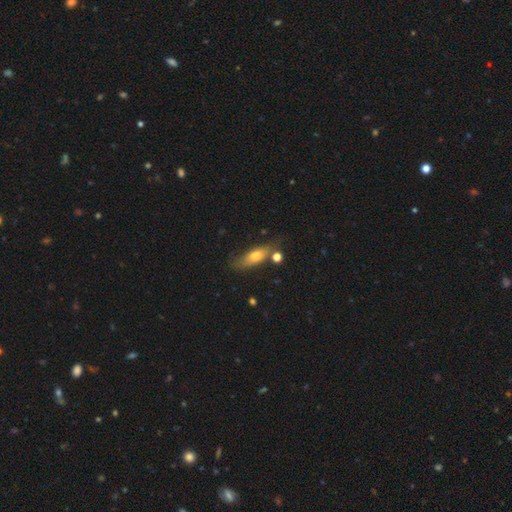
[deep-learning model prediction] This is likely a smooth galaxy (66%). How rounded: possibly in between (59%). Merging: likely none (60%).